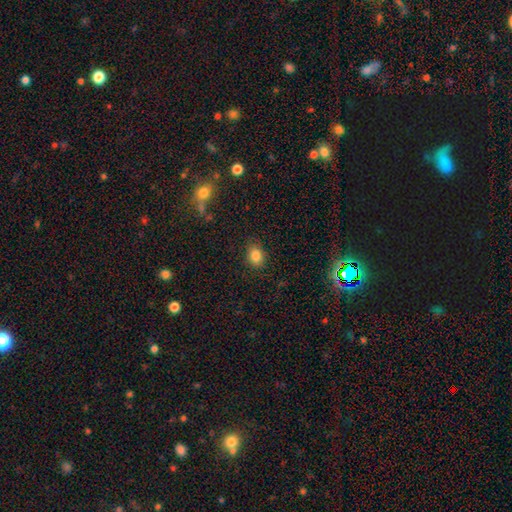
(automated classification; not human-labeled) A smooth galaxy with no disk features (84%) that is in between round and cigar-shaped (58%).

Vote fractions:
- Smooth or featured? smooth: 84% / star or artifact: 11% / featured or disk: 6%
- How rounded? in between: 58% / round: 41% / cigar-shaped: 1%
- Merging? none: 85% / minor disturbance: 11% / major disturbance: 3% / merger: 1%